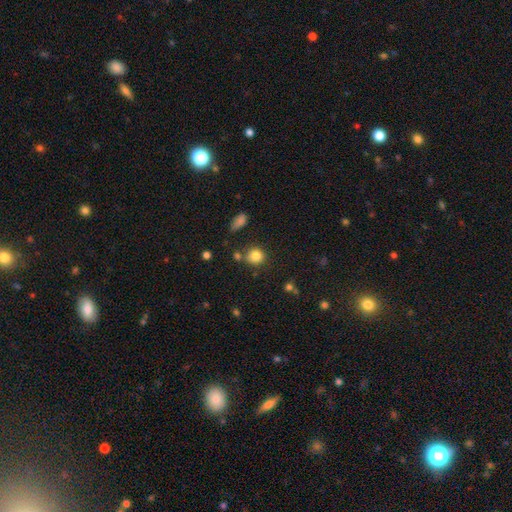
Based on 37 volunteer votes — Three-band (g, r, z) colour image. It shows a smooth galaxy with no disk features (84%) that is round (84%). Merging: none (71%).